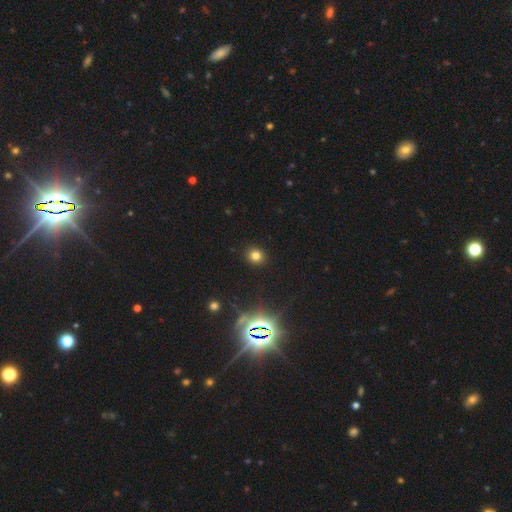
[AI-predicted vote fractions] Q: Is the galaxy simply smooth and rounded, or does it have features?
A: smooth — 75%.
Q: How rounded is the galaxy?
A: round — 85%.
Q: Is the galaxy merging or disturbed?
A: none — 91%.